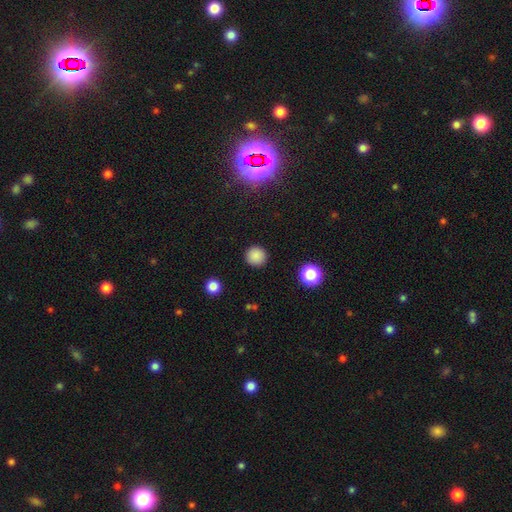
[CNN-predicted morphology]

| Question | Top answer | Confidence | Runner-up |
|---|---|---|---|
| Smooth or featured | smooth | 85% | star or artifact (12%) |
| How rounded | round | 95% | in between (4%) |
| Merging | none | 91% | minor disturbance (6%) |